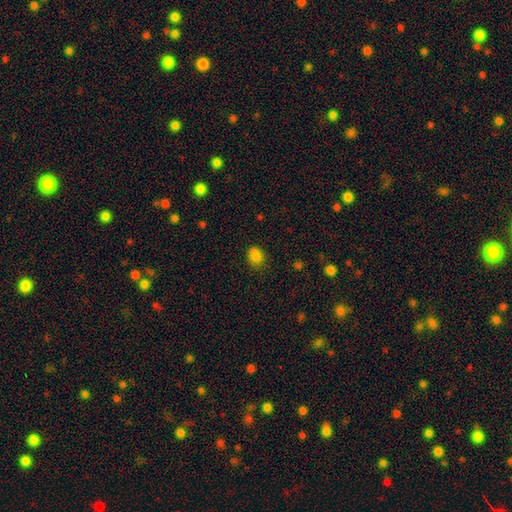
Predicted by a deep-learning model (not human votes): Smooth or featured? Predicted: smooth (p=0.83). How rounded? Predicted: in between (p=0.51). Merging? Predicted: none (p=0.77).